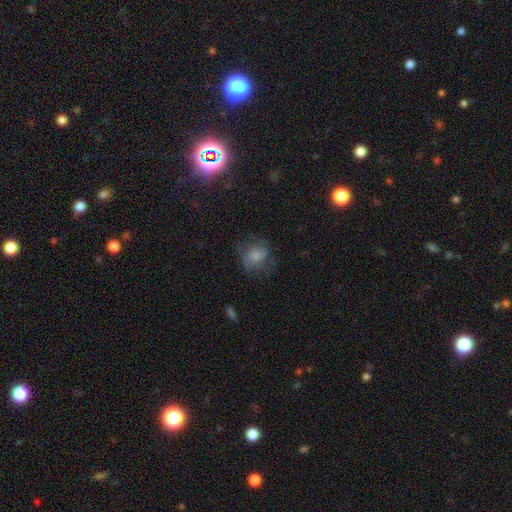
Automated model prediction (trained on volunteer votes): Smooth or featured: smooth — 63% (featured or disk — 26%)
How rounded: round — 61% (in between — 37%)
Merging: none — 53% (minor disturbance — 24%)